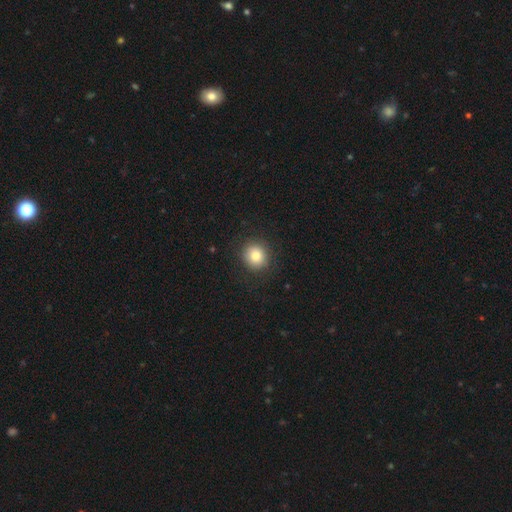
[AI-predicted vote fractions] Q: Smooth or featured?
A: smooth (80%); runner-up: star or artifact (10%)
Q: How rounded?
A: round (89%); runner-up: in between (10%)
Q: Merging?
A: none (88%); runner-up: minor disturbance (8%)